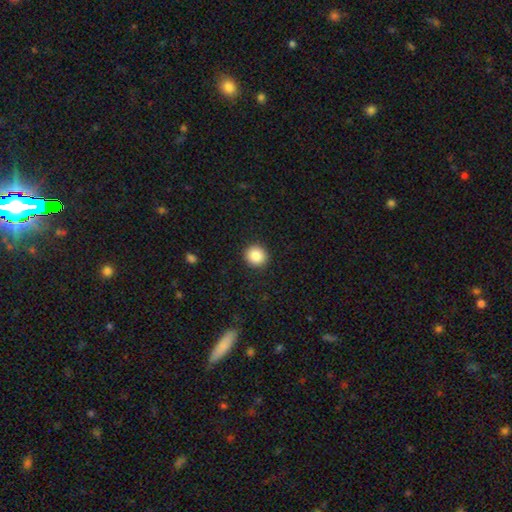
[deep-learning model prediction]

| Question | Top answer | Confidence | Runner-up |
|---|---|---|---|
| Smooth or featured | smooth | 86% | star or artifact (9%) |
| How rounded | round | 91% | in between (8%) |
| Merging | none | 92% | minor disturbance (5%) |